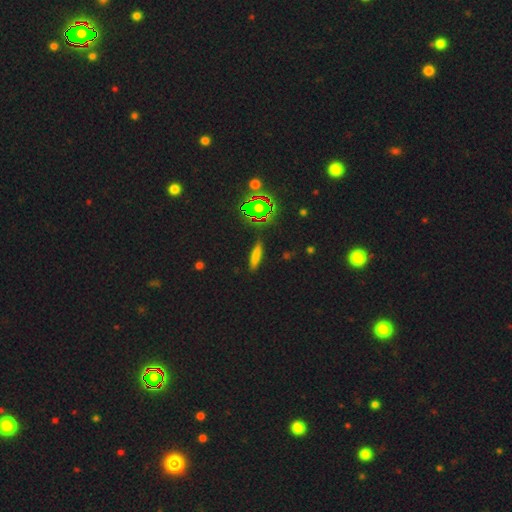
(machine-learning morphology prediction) A smooth galaxy with no disk features (70%) that is cigar-shaped (81%).

Vote fractions:
- Smooth or featured? smooth: 70% / star or artifact: 16% / featured or disk: 14%
- How rounded? cigar-shaped: 81% / in between: 16% / round: 3%
- Merging? none: 86% / minor disturbance: 9% / major disturbance: 2% / merger: 2%